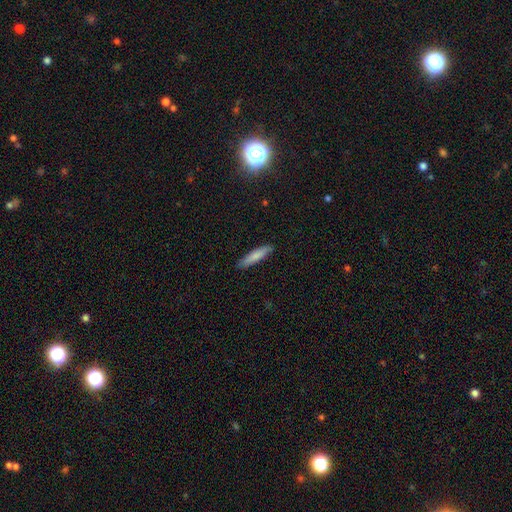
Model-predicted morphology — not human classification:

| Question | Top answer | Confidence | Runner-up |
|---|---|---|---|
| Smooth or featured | smooth | 80% | featured or disk (15%) |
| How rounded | cigar-shaped | 86% | in between (13%) |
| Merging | none | 88% | minor disturbance (9%) |